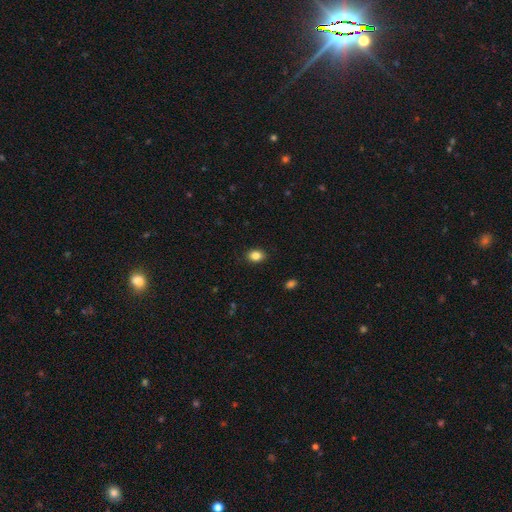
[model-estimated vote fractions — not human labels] This appears to be a smooth galaxy with no disk features (86%) that is in between round and cigar-shaped (62%). Merging: none (89%).